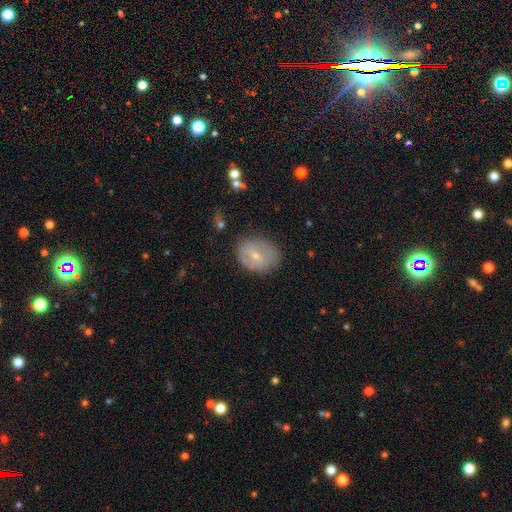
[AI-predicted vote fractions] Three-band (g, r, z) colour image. It shows a smooth galaxy with no disk features (48%). Merging: none (74%).